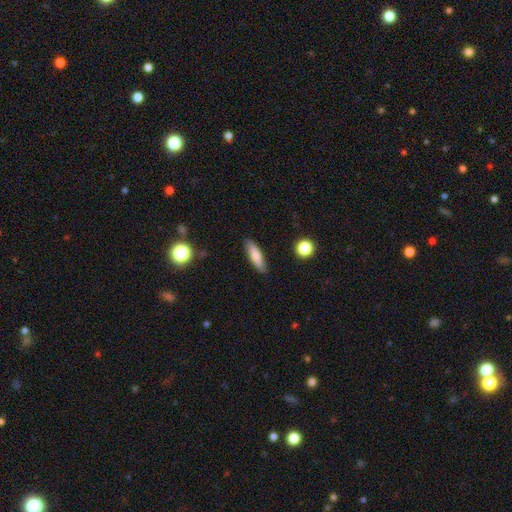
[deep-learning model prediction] Smooth or featured? Predicted: smooth (p=0.76). How rounded? Predicted: cigar-shaped (p=0.66). Merging? Predicted: none (p=0.87).